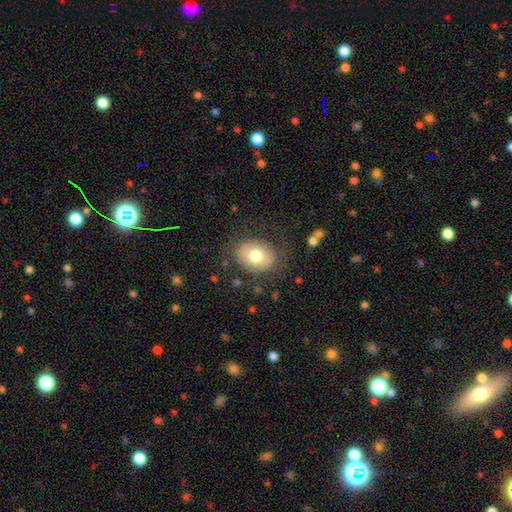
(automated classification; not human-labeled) smooth 73%, featured or disk 19%, star or artifact 8%. Down the decision tree: how rounded — in between (61%); merging — none (80%).